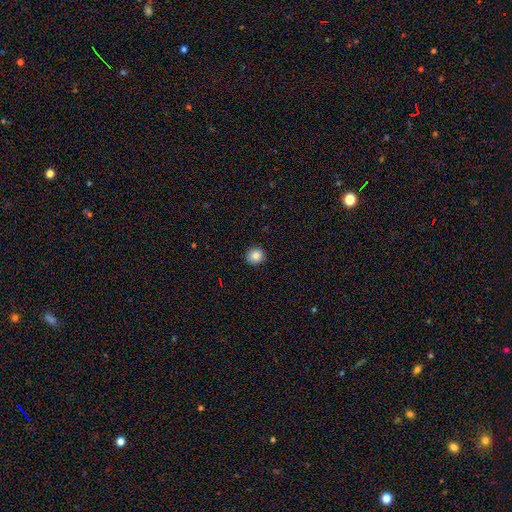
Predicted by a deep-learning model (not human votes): Overall: smooth (83%). How rounded: round (92%). Merging: none (92%).